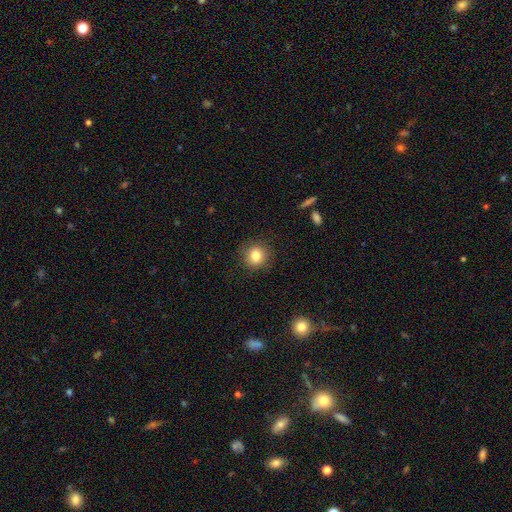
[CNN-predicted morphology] type=smooth (83%); roundness=round (90%); merging=none (89%).